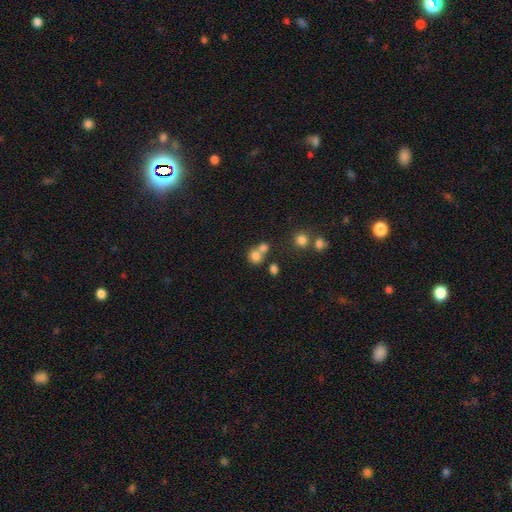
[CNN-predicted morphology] Smooth or featured? smooth (76%)
How rounded? round (81%)
Merging? merger (46%)